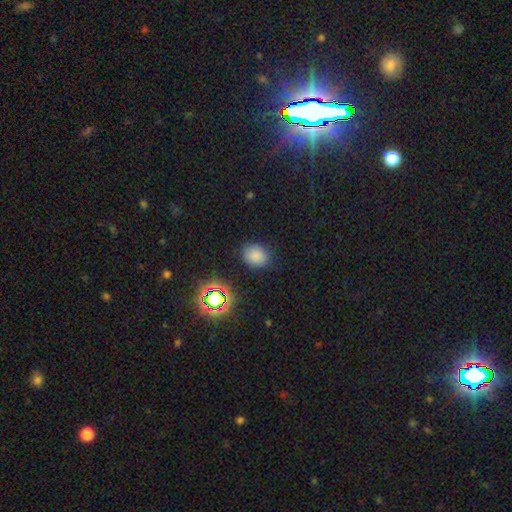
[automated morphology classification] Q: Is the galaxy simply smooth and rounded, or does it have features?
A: smooth — 79%.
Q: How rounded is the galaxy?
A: in between — 52%.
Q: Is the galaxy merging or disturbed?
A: none — 83%.